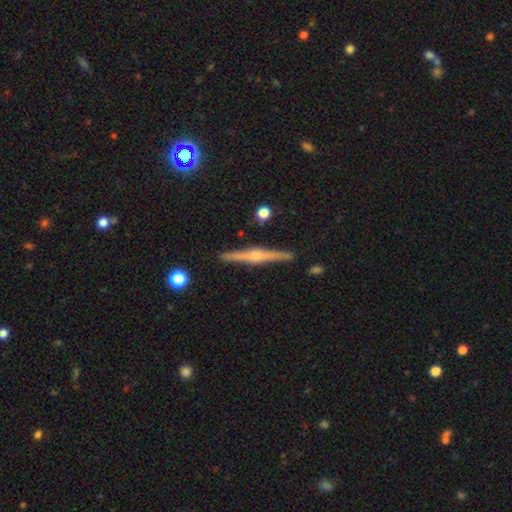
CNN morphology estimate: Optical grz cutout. It shows a featured or disk galaxy (79%) viewed edge-on (98%) with a rounded central bulge (83%). Merging: none (92%).